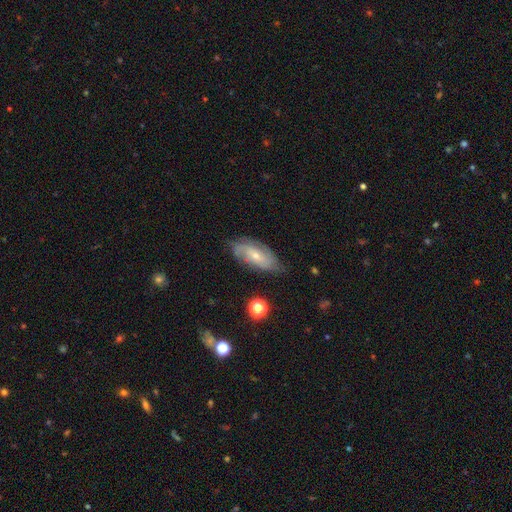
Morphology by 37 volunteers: smooth-or-featured: featured or disk: 78% | smooth: 19% | star or artifact: 3%
  disk-edge-on: no: 90% | yes: 10%
    bar: no: 58% | weak: 35% | strong: 8%
    has-spiral-arms: yes: 92% | no: 8%
      spiral-winding: medium: 54% | tight: 42% | loose: 4%
      spiral-arm-count: 2: 46% | 3: 38% | can't tell: 12% | 1: 4% | 4: 0% | more than 4: 0%
    bulge-size: small: 65% | moderate: 31% | large: 4% | dominant: 0% | none: 0%
  merging: none: 69% | minor disturbance: 19% | major disturbance: 11% | merger: 0%